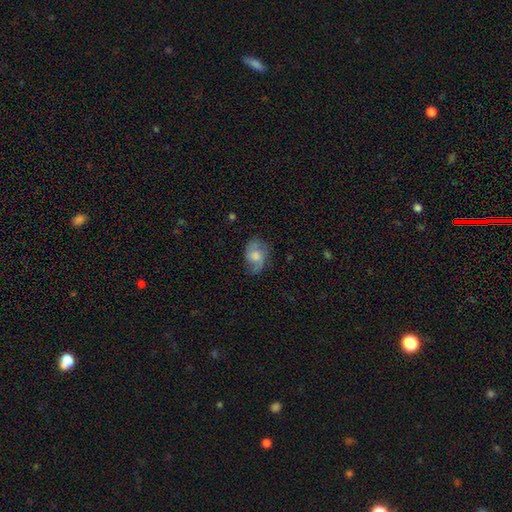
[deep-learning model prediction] Overall: featured or disk (49%; smooth 43%). Merging: none (62%; minor disturbance 25%).